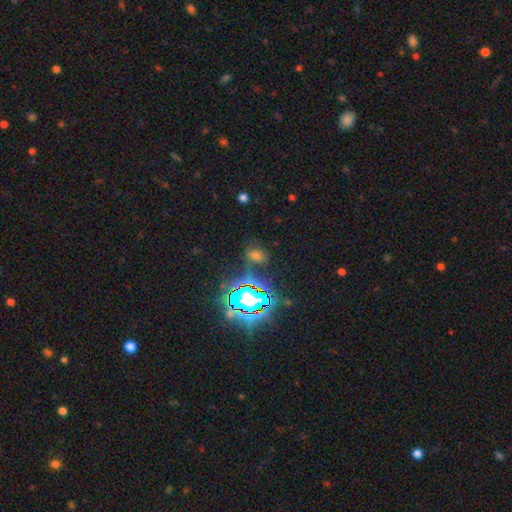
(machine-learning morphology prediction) smooth_or_featured: smooth (p=0.45) [alt: star or artifact p=0.43]
merging: none (p=0.68) [alt: minor disturbance p=0.17]